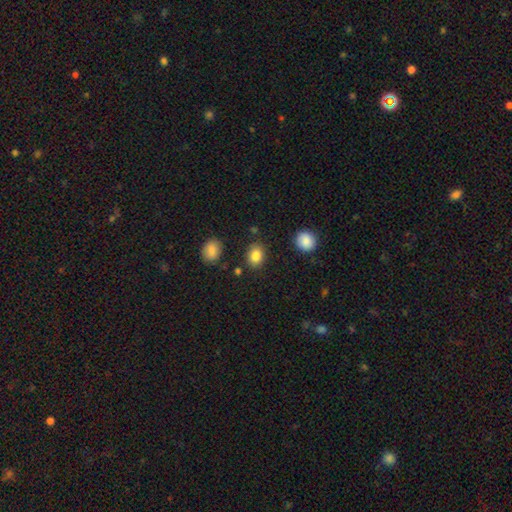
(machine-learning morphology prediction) Q: Smooth or featured?
A: smooth (85%); runner-up: star or artifact (9%)
Q: How rounded?
A: in between (60%); runner-up: round (39%)
Q: Merging?
A: none (84%); runner-up: minor disturbance (10%)